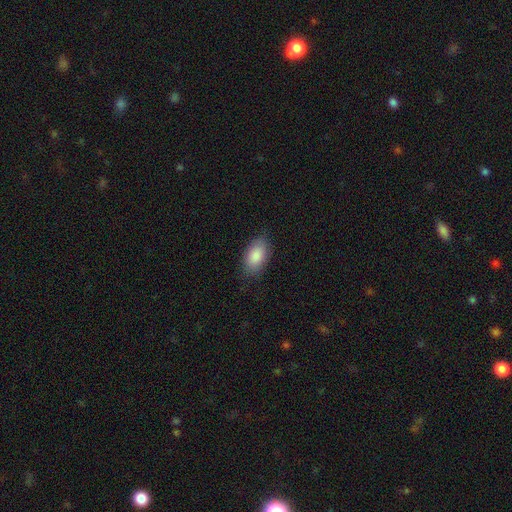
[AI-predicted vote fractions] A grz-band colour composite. It shows a smooth galaxy with no disk features (87%) that is in between round and cigar-shaped (93%). Merging: none (81%).